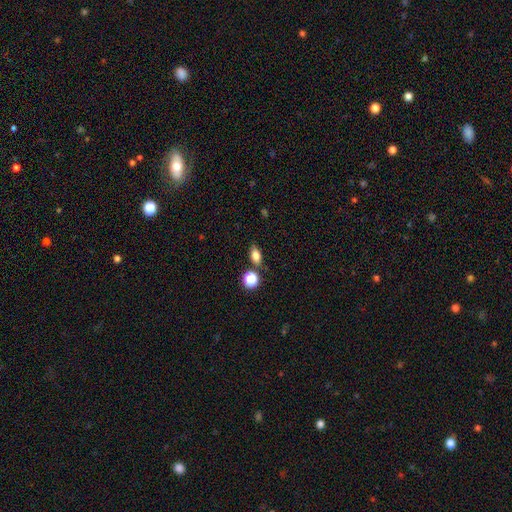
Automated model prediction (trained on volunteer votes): Q: Smooth or featured?
A: smooth (79%); runner-up: star or artifact (12%)
Q: How rounded?
A: in between (75%); runner-up: round (19%)
Q: Merging?
A: none (76%); runner-up: minor disturbance (12%)